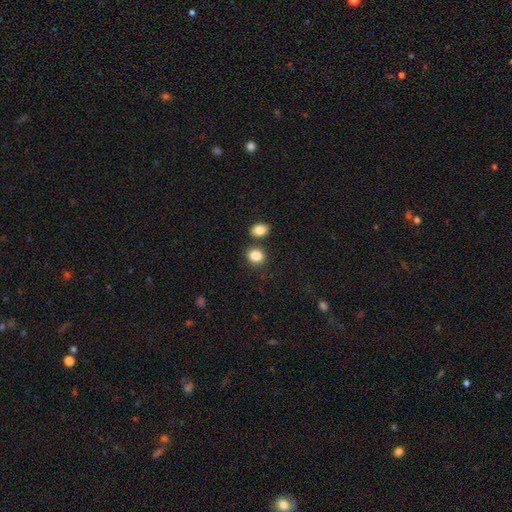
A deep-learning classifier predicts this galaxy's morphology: Overall: smooth (86%). How rounded: round (50%; in between 49%). Merging: none (71%).